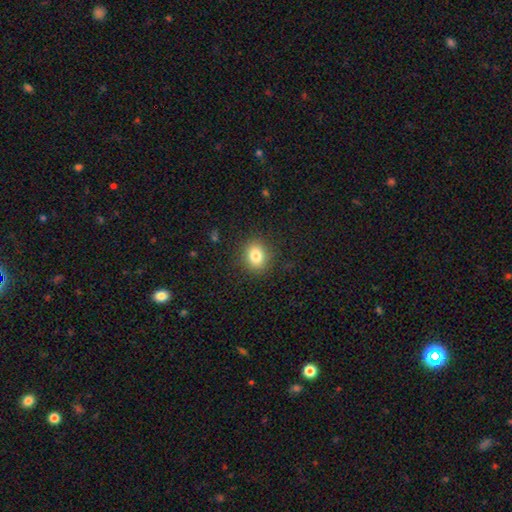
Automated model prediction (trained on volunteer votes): Overall: smooth (82%). How rounded: round (59%; in between 41%). Merging: none (88%).